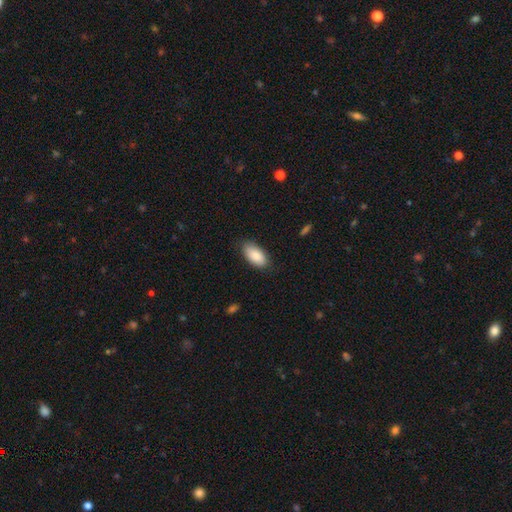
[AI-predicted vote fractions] This appears to be a smooth galaxy with no disk features (87%) that is in between round and cigar-shaped (94%). Merging: none (80%).